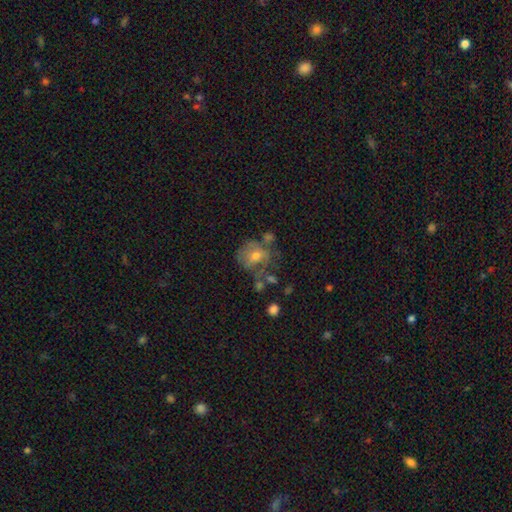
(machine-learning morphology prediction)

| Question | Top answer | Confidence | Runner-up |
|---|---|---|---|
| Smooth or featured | smooth | 46% | featured or disk (43%) |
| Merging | none | 43% | minor disturbance (23%) |